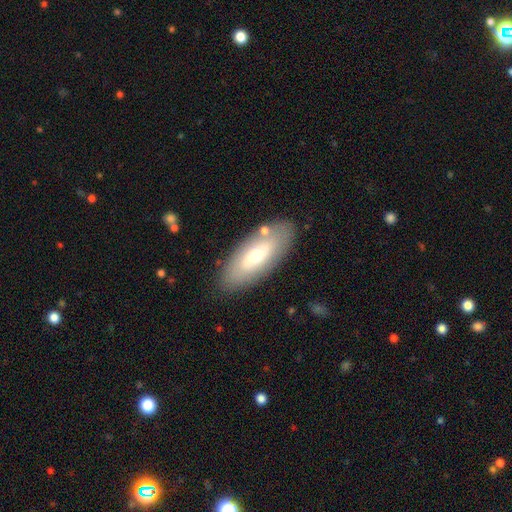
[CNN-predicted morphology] Smooth or featured? Predicted: smooth (p=0.59). How rounded? Predicted: in between (p=0.79). Merging? Predicted: none (p=0.81).